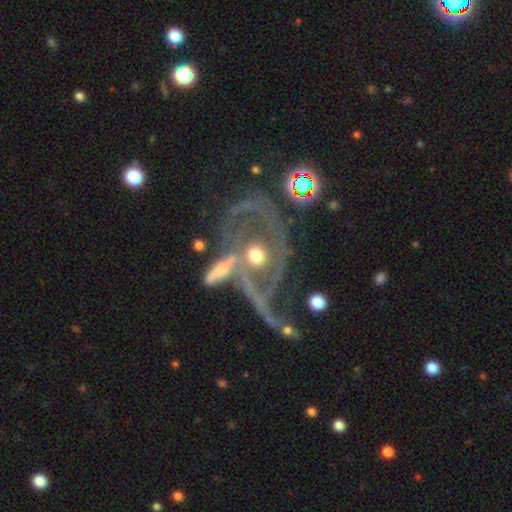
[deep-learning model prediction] smooth-or-featured: featured or disk: 73% | smooth: 19% | star or artifact: 9%
  disk-edge-on: no: 90% | yes: 10%
    bar: no: 76% | weak: 15% | strong: 10%
    has-spiral-arms: yes: 56% | no: 44%
    bulge-size: moderate: 60% | small: 21% | large: 12% | none: 3% | dominant: 3%
  merging: none: 35% | major disturbance: 25% | merger: 24% | minor disturbance: 17%